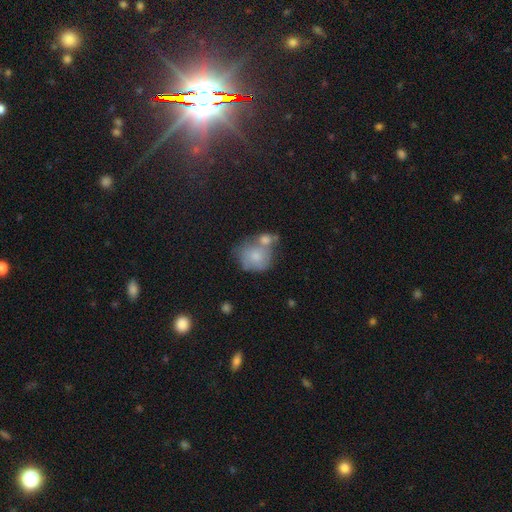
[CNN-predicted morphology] Smooth or featured? Predicted: smooth (p=0.65). How rounded? Predicted: round (p=0.75). Merging? Predicted: merger (p=0.45).